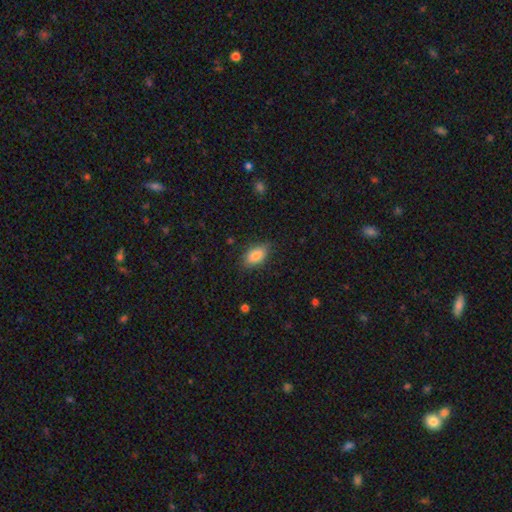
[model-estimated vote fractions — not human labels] smooth_or_featured: smooth (p=0.83) [alt: featured or disk p=0.10]
how_rounded: in between (p=0.89) [alt: cigar-shaped p=0.07]
merging: none (p=0.77) [alt: minor disturbance p=0.18]